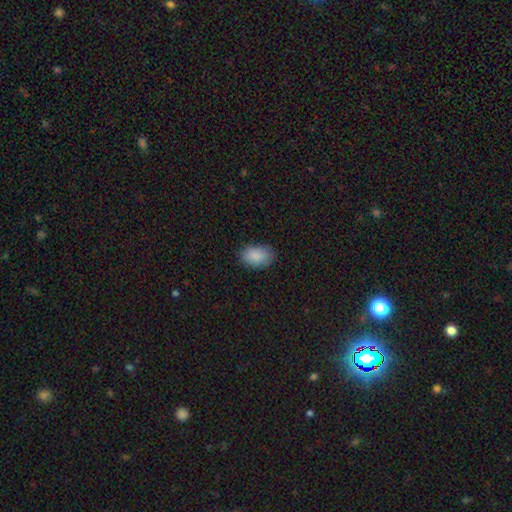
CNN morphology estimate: Smooth or featured?
  - smooth: 89% *
  - star or artifact: 7%
  - featured or disk: 4%
How rounded?
  - in between: 90% *
  - round: 9%
  - cigar-shaped: 1%
Merging?
  - none: 83% *
  - minor disturbance: 13%
  - major disturbance: 3%
  - merger: 1%